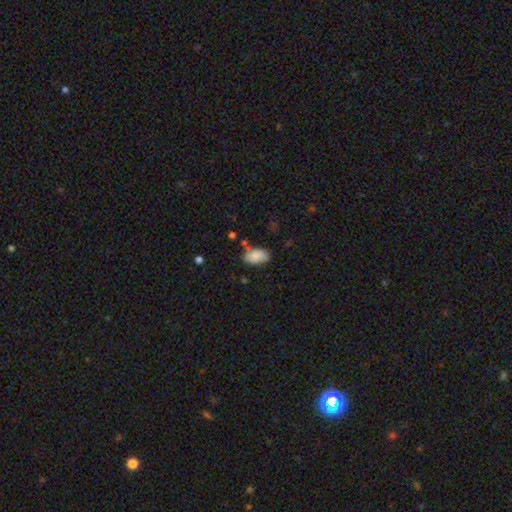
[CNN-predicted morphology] type=smooth (87%); roundness=in between (93%); merging=none (71%).